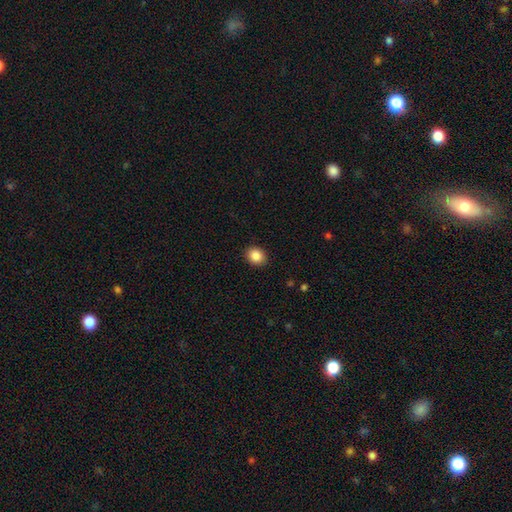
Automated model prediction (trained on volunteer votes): Q: Smooth or featured?
A: smooth (87%); runner-up: star or artifact (9%)
Q: How rounded?
A: round (66%); runner-up: in between (33%)
Q: Merging?
A: none (90%); runner-up: minor disturbance (7%)